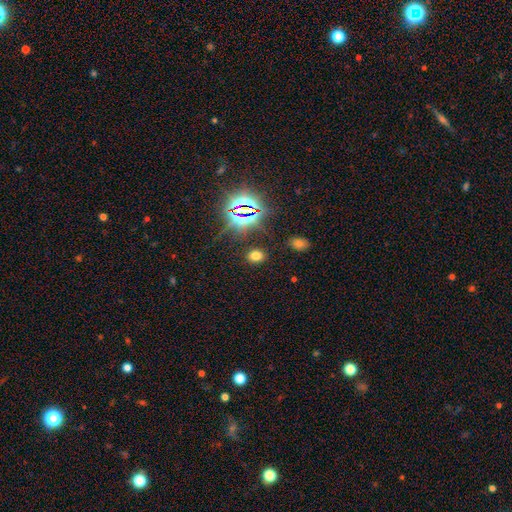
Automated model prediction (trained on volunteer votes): smooth-or-featured: smooth: 64% | star or artifact: 29% | featured or disk: 7%
  how-rounded: in between: 60% | round: 38% | cigar-shaped: 2%
  merging: none: 87% | minor disturbance: 8% | major disturbance: 3% | merger: 2%